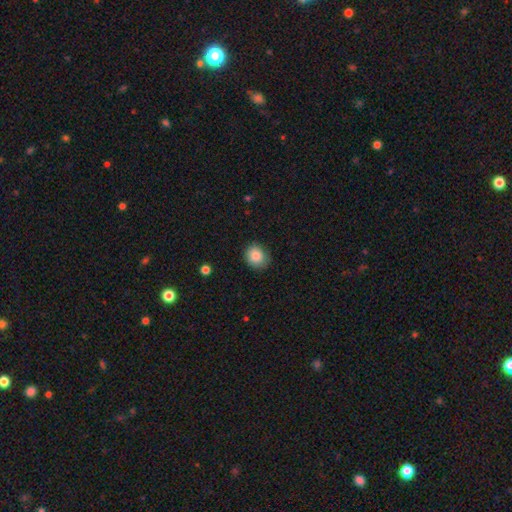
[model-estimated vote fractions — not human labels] This appears to be a smooth galaxy with no disk features (86%) that is round (76%). Merging: none (80%).